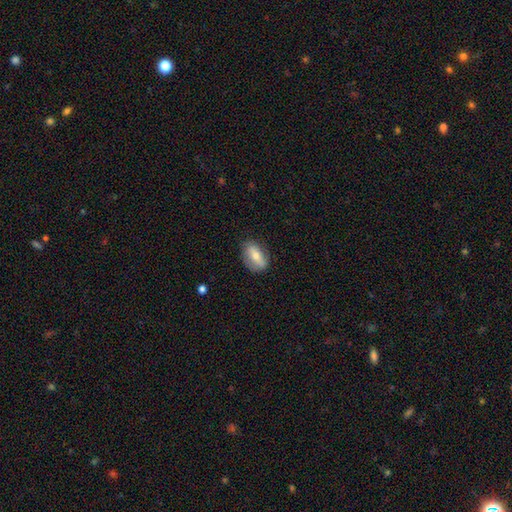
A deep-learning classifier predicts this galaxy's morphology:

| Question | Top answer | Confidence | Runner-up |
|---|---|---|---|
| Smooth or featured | smooth | 60% | featured or disk (33%) |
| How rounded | in between | 86% | round (10%) |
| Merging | none | 78% | minor disturbance (17%) |